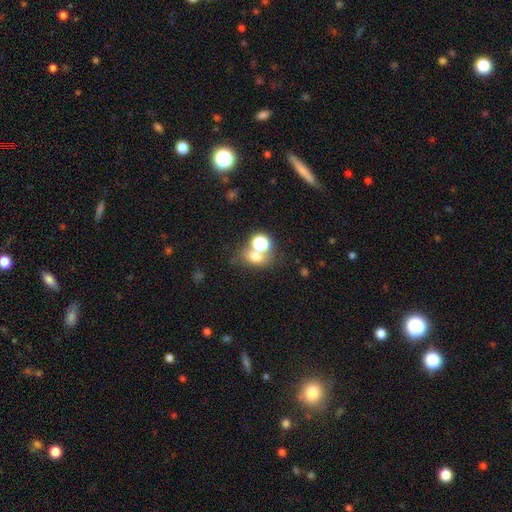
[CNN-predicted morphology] Smooth or featured? smooth (64%)
How rounded? round (53%)
Merging? none (49%)